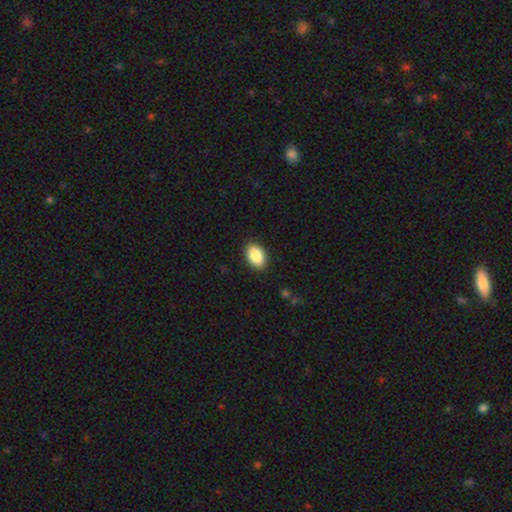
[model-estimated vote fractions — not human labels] smooth-or-featured: smooth: 88% | star or artifact: 7% | featured or disk: 5%
  how-rounded: in between: 91% | round: 8% | cigar-shaped: 1%
  merging: none: 89% | minor disturbance: 8% | major disturbance: 2% | merger: 1%